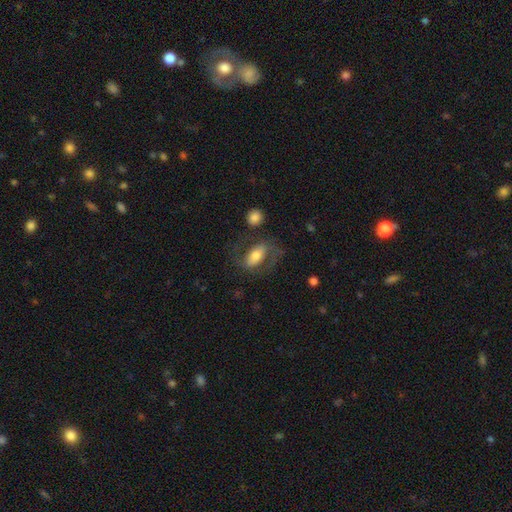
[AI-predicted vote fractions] Smooth or featured: smooth — 52% (featured or disk — 41%)
How rounded: in between — 86% (round — 8%)
Merging: none — 57% (major disturbance — 20%)